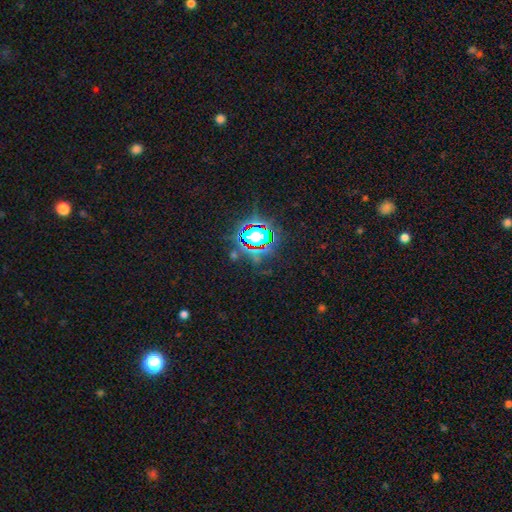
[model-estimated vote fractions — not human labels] Q: Smooth or featured?
A: star or artifact (79%); runner-up: smooth (12%)